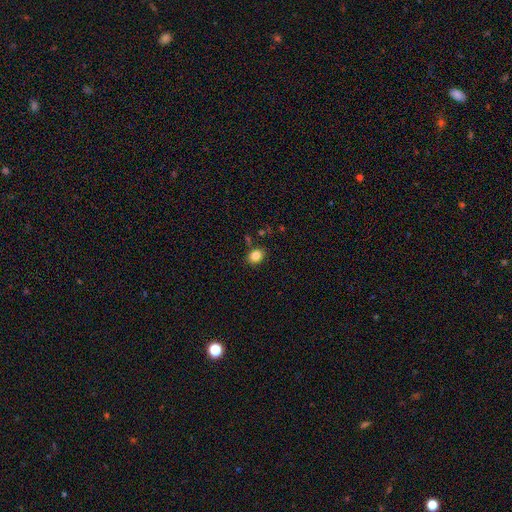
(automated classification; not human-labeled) This appears to be a smooth galaxy with no disk features (84%) that is in between round and cigar-shaped (52%). Merging: none (83%).